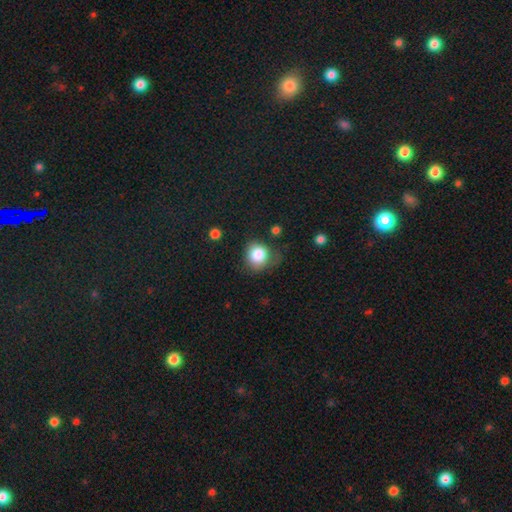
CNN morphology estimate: A smooth galaxy with no disk features (82%) that is round (78%). Merging: none (59%).